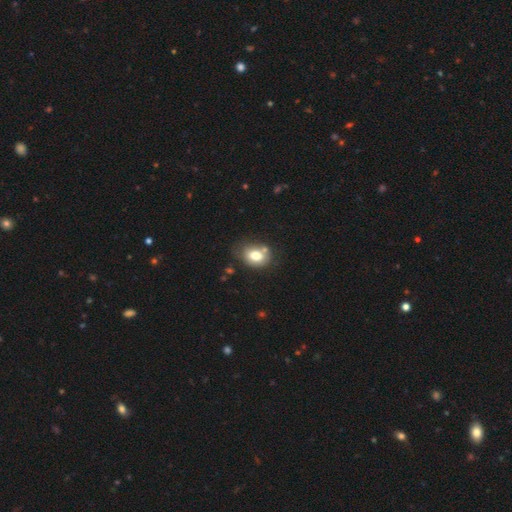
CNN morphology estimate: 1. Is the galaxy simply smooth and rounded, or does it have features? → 76% smooth, 15% featured or disk, 9% star or artifact.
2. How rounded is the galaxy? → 64% in between, 35% round, 1% cigar-shaped.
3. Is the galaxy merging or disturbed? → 58% none, 20% minor disturbance, 15% merger, 6% major disturbance.